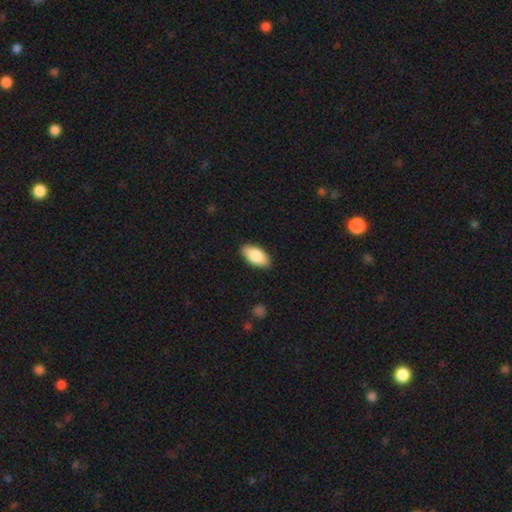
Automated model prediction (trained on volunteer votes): Smooth or featured? smooth (84%)
How rounded? in between (92%)
Merging? none (88%)